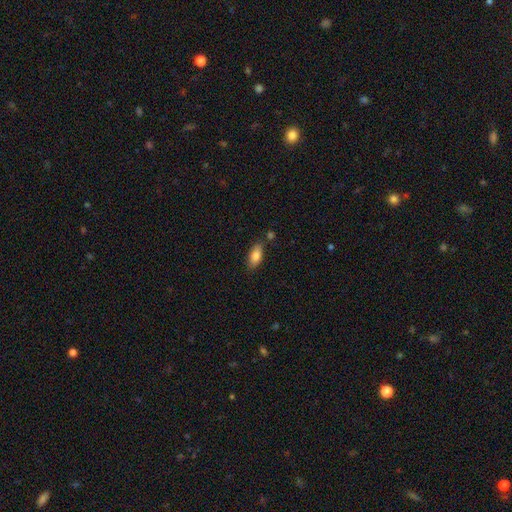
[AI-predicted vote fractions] smooth_or_featured: smooth (p=0.81) [alt: featured or disk p=0.12]
how_rounded: in between (p=0.85) [alt: cigar-shaped p=0.12]
merging: none (p=0.78) [alt: minor disturbance p=0.14]